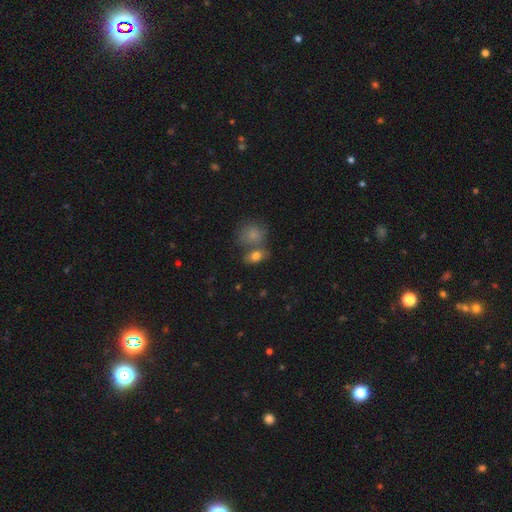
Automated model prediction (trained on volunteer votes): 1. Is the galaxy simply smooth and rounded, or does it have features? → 80% smooth, 11% featured or disk, 9% star or artifact.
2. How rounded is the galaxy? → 75% in between, 22% round, 3% cigar-shaped.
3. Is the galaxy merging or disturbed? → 46% none, 38% merger, 12% minor disturbance, 4% major disturbance.